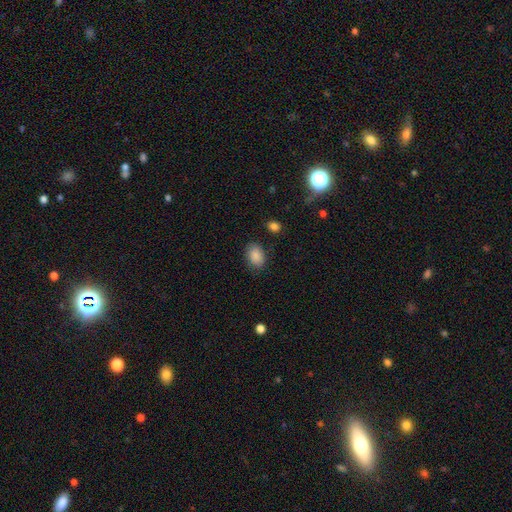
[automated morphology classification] type=smooth (88%); roundness=in between (82%); merging=none (82%).